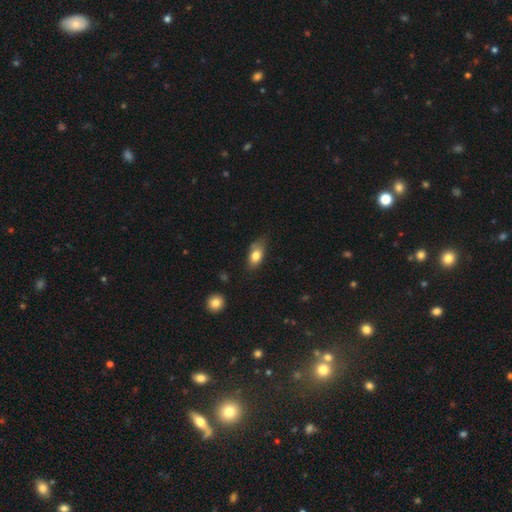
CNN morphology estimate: This is likely a smooth galaxy (78%). How rounded: clearly in between (86%). Merging: possibly none (58%).